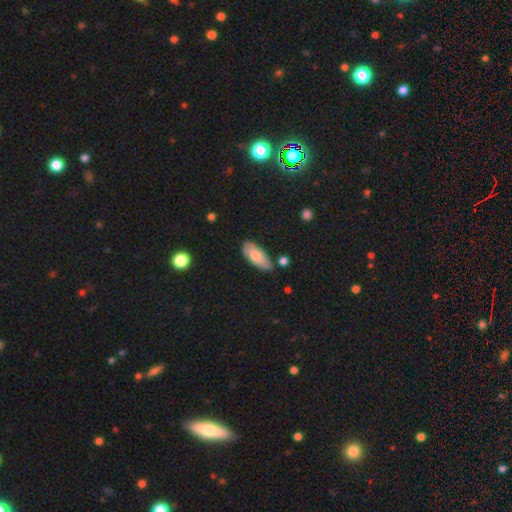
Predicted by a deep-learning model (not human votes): smooth-or-featured: smooth: 73% | featured or disk: 20% | star or artifact: 7%
  how-rounded: in between: 83% | cigar-shaped: 15% | round: 2%
  merging: none: 76% | minor disturbance: 18% | merger: 4% | major disturbance: 3%